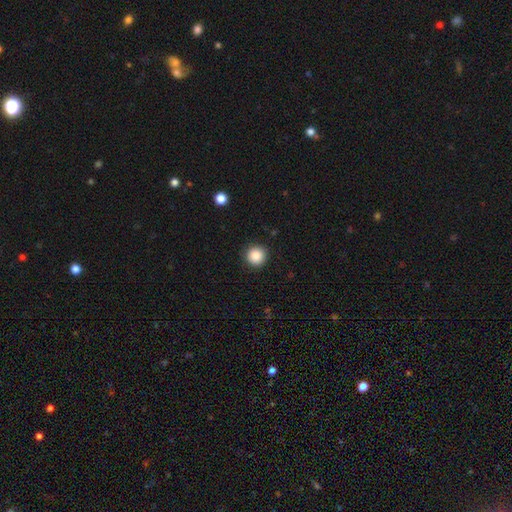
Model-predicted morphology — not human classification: The model was most divided on "smooth or featured": smooth: 87%, star or artifact: 9%, featured or disk: 4%. More confident: how rounded — round (95%); merging — none (92%).